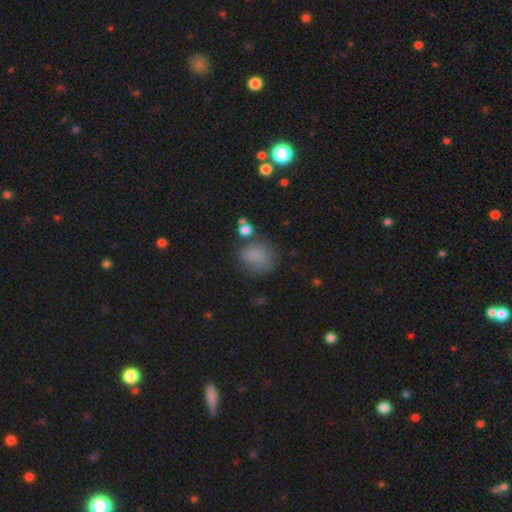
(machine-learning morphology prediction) A smooth galaxy with no disk features (75%) that is round (58%).

Vote fractions:
- Smooth or featured? smooth: 75% / star or artifact: 14% / featured or disk: 11%
- How rounded? round: 58% / in between: 41% / cigar-shaped: 1%
- Merging? none: 56% / minor disturbance: 24% / major disturbance: 13% / merger: 6%